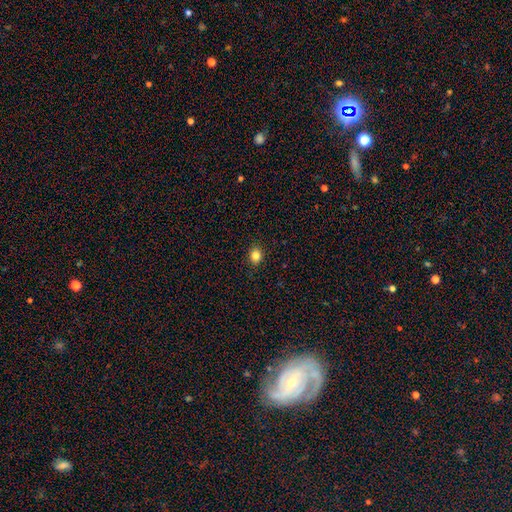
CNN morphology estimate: smooth-or-featured: smooth: 83% | star or artifact: 12% | featured or disk: 5%
  how-rounded: round: 61% | in between: 38% | cigar-shaped: 1%
  merging: none: 90% | minor disturbance: 7% | major disturbance: 2% | merger: 1%